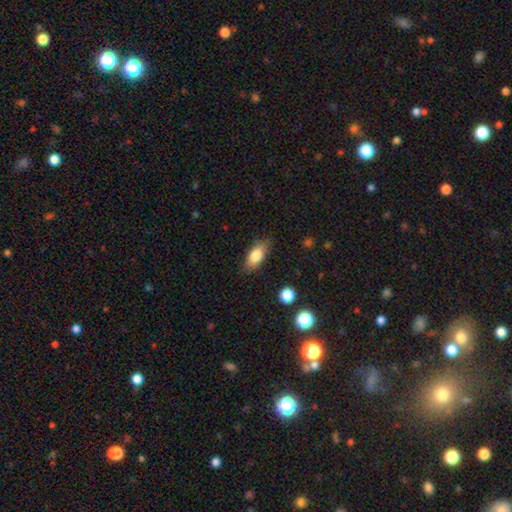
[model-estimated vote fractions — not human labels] smooth-or-featured: smooth: 81% | featured or disk: 12% | star or artifact: 7%
  how-rounded: in between: 83% | cigar-shaped: 13% | round: 4%
  merging: none: 81% | minor disturbance: 15% | major disturbance: 4% | merger: 1%